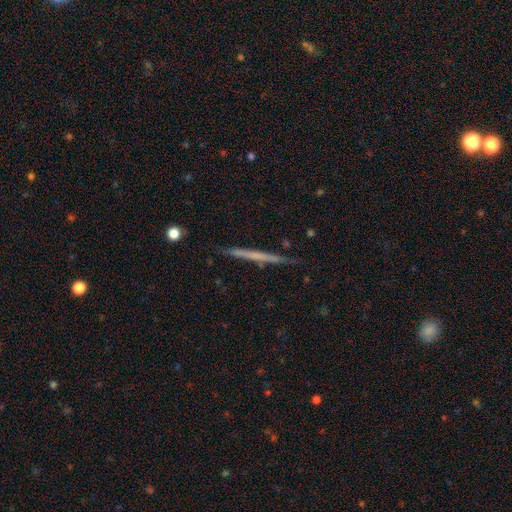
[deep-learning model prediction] The model was most divided on "smooth or featured": featured or disk: 53%, smooth: 41%, star or artifact: 6%. More confident: edge-on disk — yes (97%); edge-on bulge — none (89%); merging — none (88%).